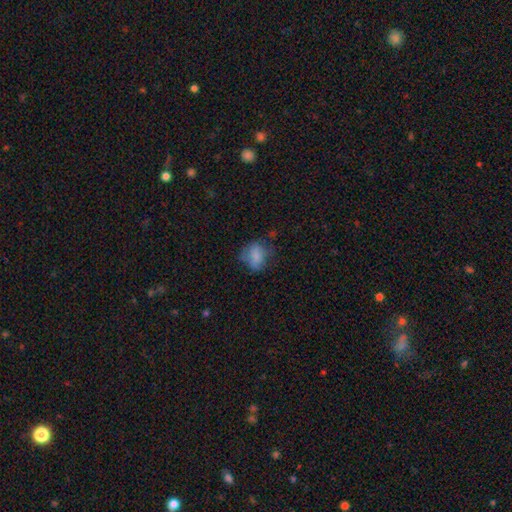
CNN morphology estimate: The model was most divided on "merging": none: 45%, minor disturbance: 30%, major disturbance: 22%, merger: 3%. More confident: smooth or featured — smooth (72%); how rounded — in between (59%).